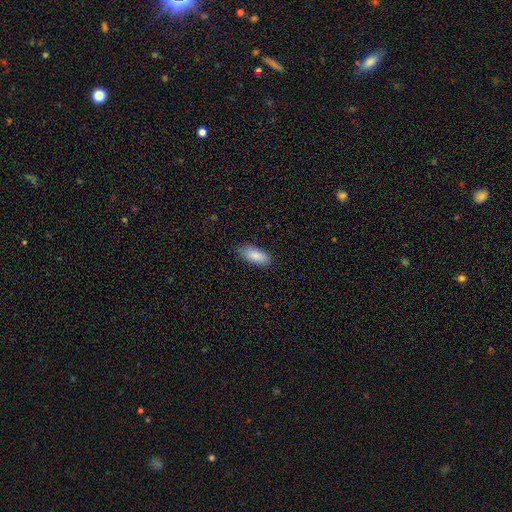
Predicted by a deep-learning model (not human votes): A smooth galaxy with no disk features (87%) that is in between round and cigar-shaped (83%). Merging: none (83%).